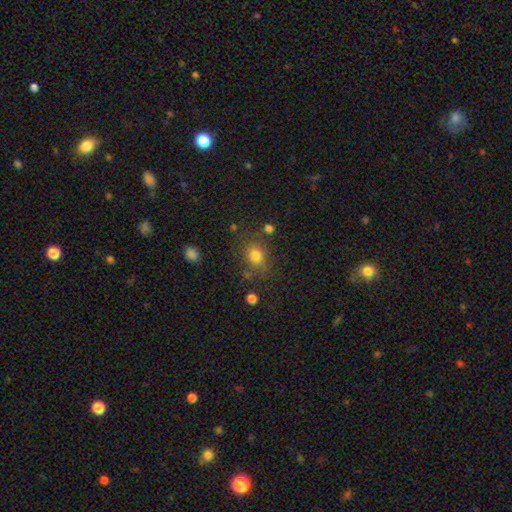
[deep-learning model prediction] Smooth or featured? Predicted: smooth (p=0.78). How rounded? Predicted: round (p=0.63). Merging? Predicted: none (p=0.70).